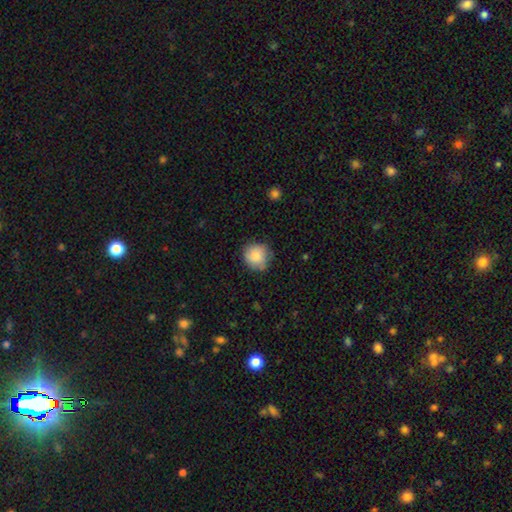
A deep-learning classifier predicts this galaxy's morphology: smooth-or-featured: smooth: 84% | featured or disk: 8% | star or artifact: 8%
  how-rounded: round: 87% | in between: 12% | cigar-shaped: 1%
  merging: none: 73% | minor disturbance: 21% | major disturbance: 4% | merger: 1%